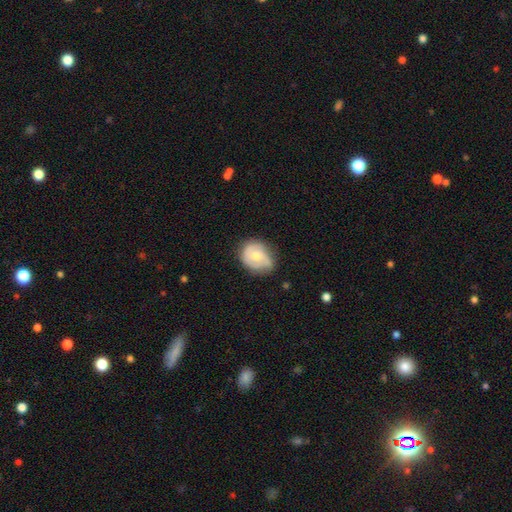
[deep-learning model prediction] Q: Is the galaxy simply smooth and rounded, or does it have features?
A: featured or disk — 48%.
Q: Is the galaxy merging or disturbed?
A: none — 57%.